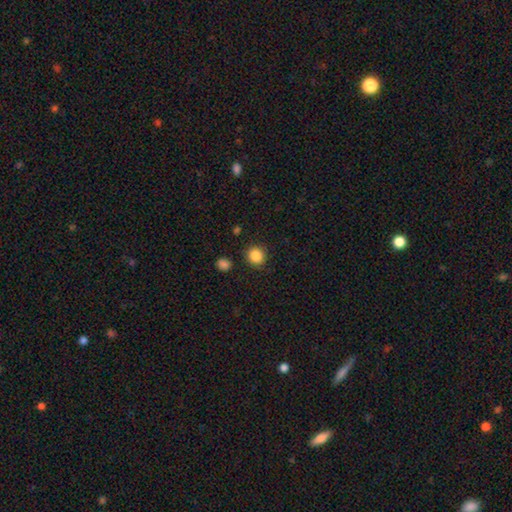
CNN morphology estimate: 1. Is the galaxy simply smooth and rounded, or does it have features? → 87% smooth, 10% star or artifact, 3% featured or disk.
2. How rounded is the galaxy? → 90% round, 9% in between, 1% cigar-shaped.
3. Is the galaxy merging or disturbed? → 89% none, 6% minor disturbance, 2% major disturbance, 2% merger.